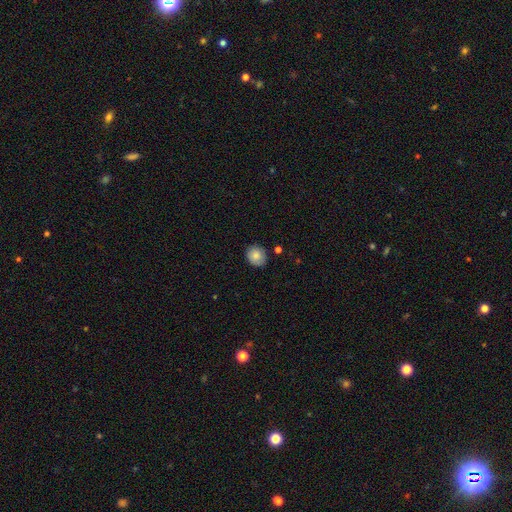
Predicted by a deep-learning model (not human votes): The model was most divided on "how rounded": round: 77%, in between: 22%, cigar-shaped: 1%. More confident: merging — none (84%); smooth or featured — smooth (82%).